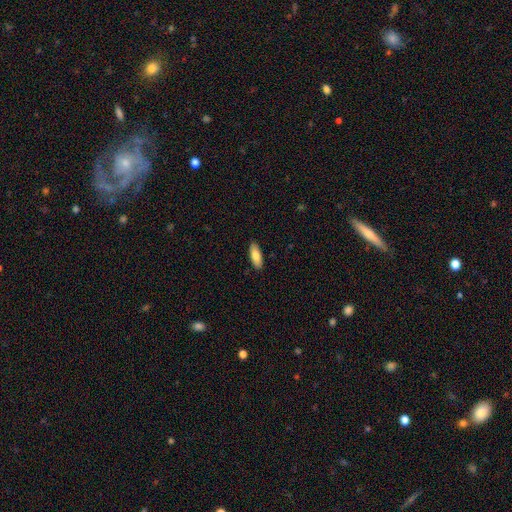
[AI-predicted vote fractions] Q: Smooth or featured?
A: smooth (83%); runner-up: featured or disk (11%)
Q: How rounded?
A: in between (73%); runner-up: cigar-shaped (25%)
Q: Merging?
A: none (89%); runner-up: minor disturbance (8%)